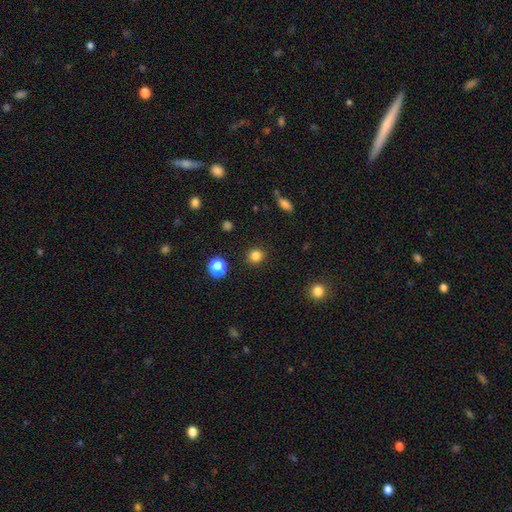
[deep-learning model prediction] Smooth or featured: smooth — 83% (star or artifact — 13%)
How rounded: round — 87% (in between — 12%)
Merging: none — 90% (minor disturbance — 6%)